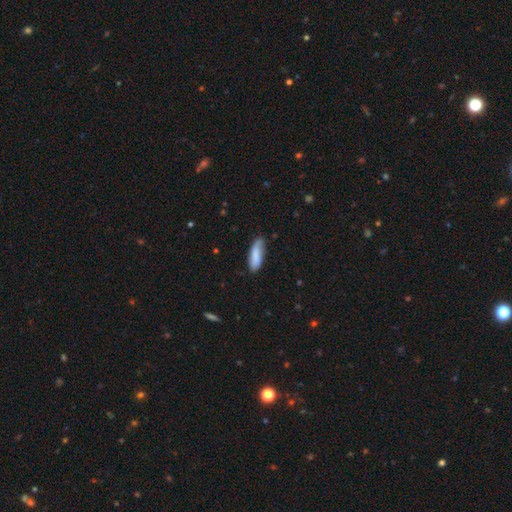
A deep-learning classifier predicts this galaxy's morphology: This appears to be a smooth galaxy with no disk features (82%) that is in between round and cigar-shaped (55%). Merging: none (73%).